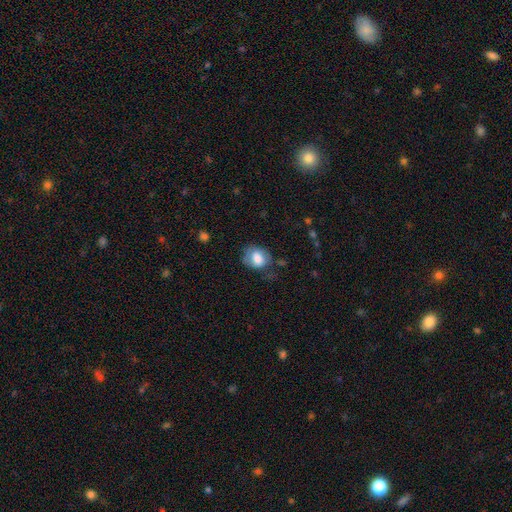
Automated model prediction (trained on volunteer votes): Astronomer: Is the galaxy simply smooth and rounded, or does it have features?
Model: smooth — 73%.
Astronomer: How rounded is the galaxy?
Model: in between — 56% (runner-up: round, 43%).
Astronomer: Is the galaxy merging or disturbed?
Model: none — 52% (runner-up: minor disturbance, 29%).